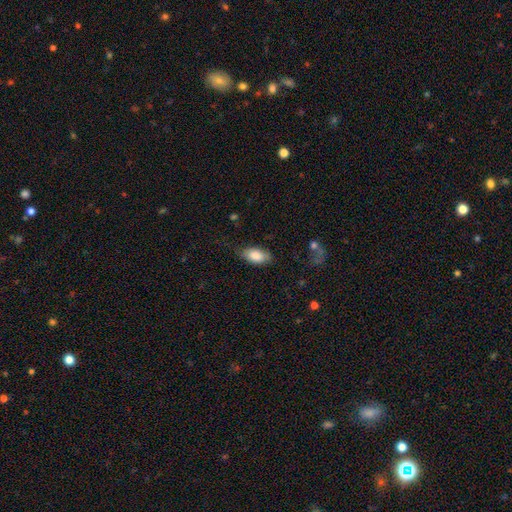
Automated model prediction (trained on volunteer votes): Smooth or featured: smooth — 84% (featured or disk — 9%)
How rounded: in between — 92% (cigar-shaped — 4%)
Merging: none — 70% (minor disturbance — 22%)